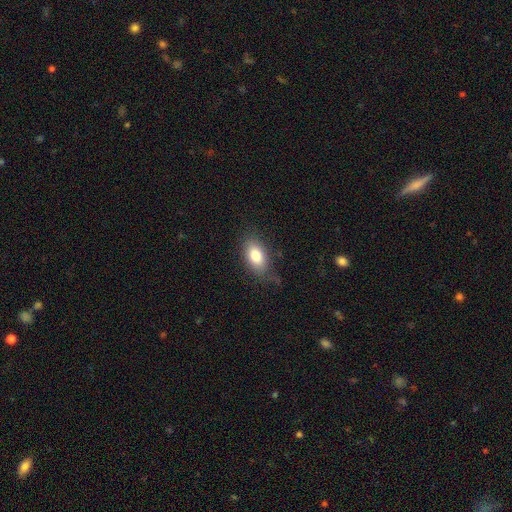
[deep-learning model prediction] This is clearly a smooth galaxy (80%). How rounded: clearly in between (89%). Merging: likely none (73%).